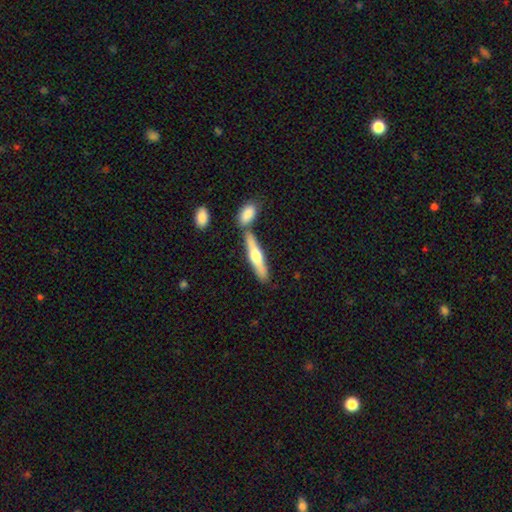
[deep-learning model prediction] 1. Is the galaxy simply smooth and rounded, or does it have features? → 48% smooth, 47% featured or disk, 5% star or artifact.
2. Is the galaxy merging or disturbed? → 70% none, 17% merger, 10% minor disturbance, 3% major disturbance.